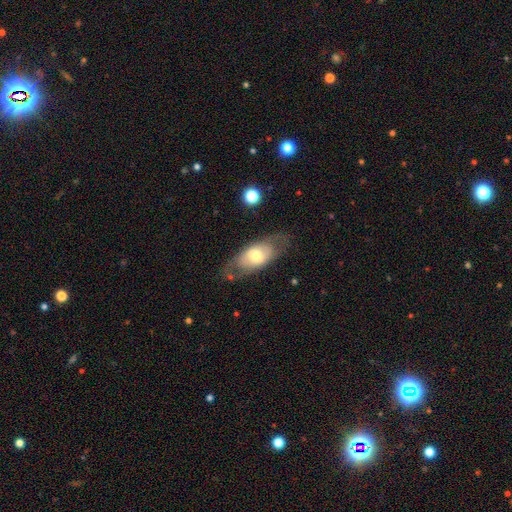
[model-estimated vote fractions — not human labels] smooth 51%, featured or disk 43%, star or artifact 6%. Down the decision tree: how rounded — in between (85%); merging — none (72%).